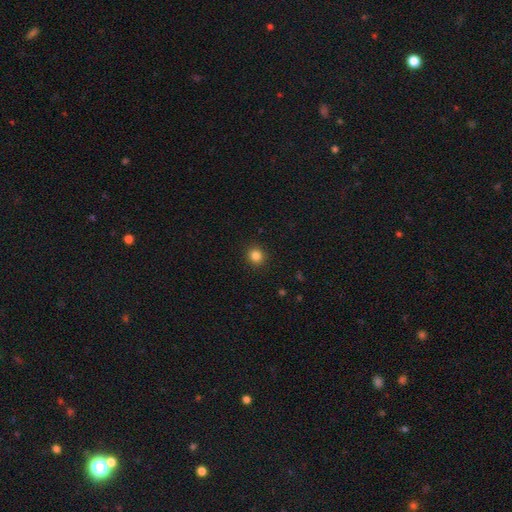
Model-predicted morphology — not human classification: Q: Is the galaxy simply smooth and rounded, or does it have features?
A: smooth — 84%.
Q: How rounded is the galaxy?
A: round — 89%.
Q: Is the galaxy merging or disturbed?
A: none — 92%.